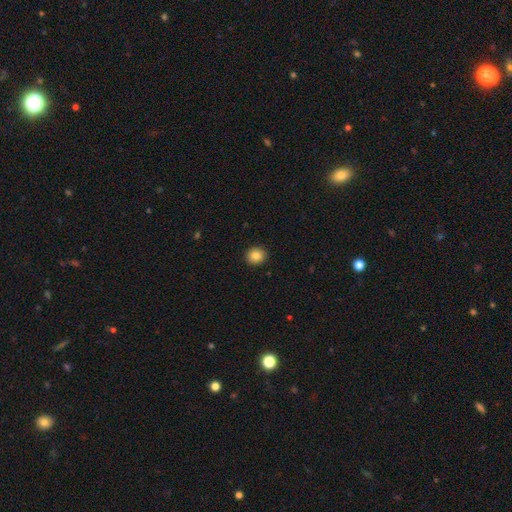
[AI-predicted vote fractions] This is clearly a smooth galaxy (86%). How rounded: clearly round (83%). Merging: clearly none (91%).